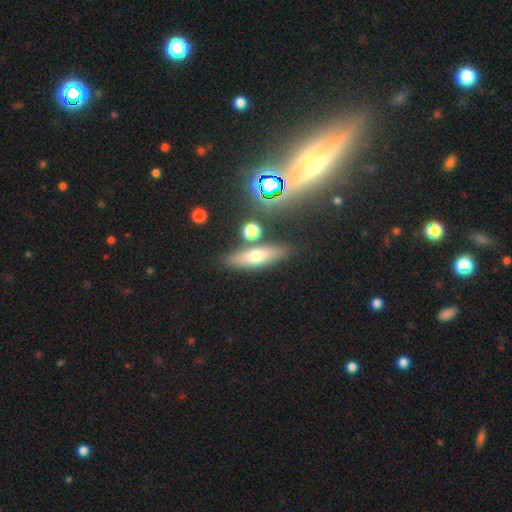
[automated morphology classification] This is possibly a smooth galaxy (59%). How rounded: possibly cigar-shaped (52%). Merging: clearly none (81%).